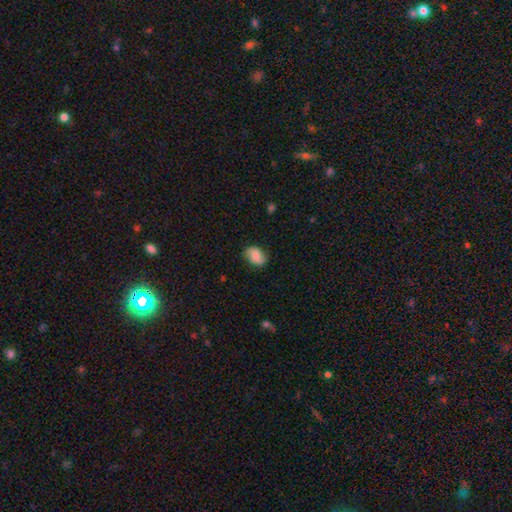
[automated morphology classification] Q: Smooth or featured?
A: smooth (75%); runner-up: featured or disk (18%)
Q: How rounded?
A: in between (81%); runner-up: round (17%)
Q: Merging?
A: none (79%); runner-up: minor disturbance (17%)